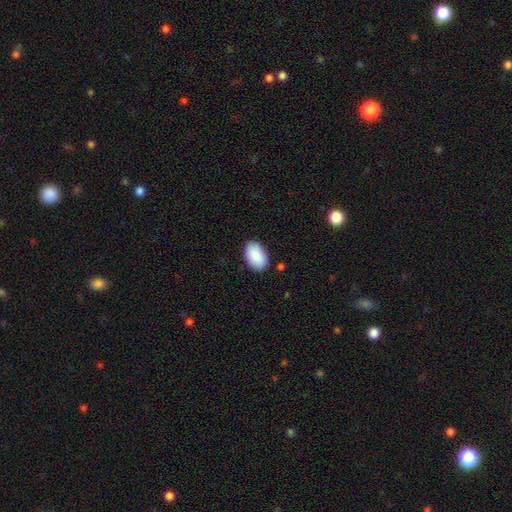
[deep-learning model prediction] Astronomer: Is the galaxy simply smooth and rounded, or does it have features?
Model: smooth — 89%.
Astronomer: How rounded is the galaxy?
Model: in between — 92%.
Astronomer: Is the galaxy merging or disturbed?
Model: none — 85%.